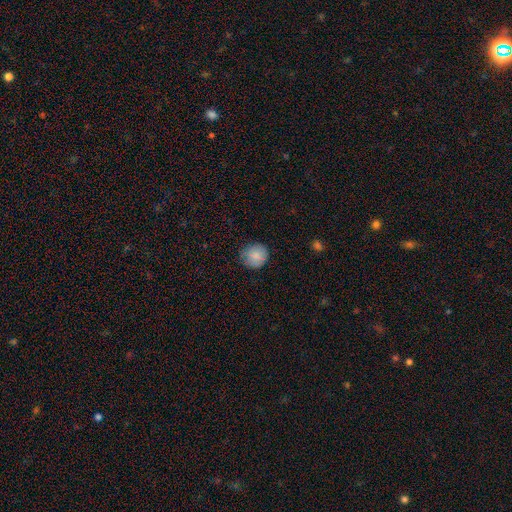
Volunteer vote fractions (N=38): This appears to be a smooth galaxy with no disk features (92%) that is round (94%). Merging: none (86%).